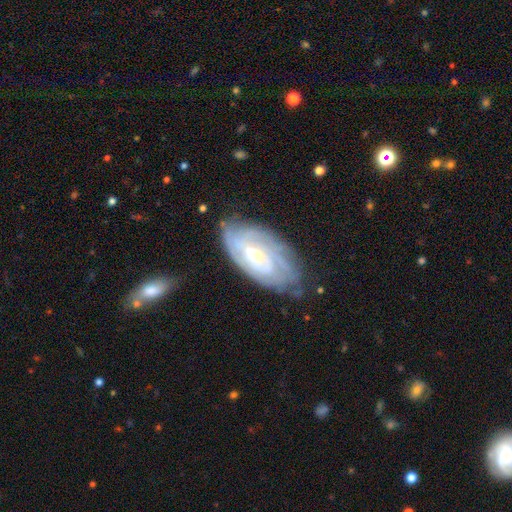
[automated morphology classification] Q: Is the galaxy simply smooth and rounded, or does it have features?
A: featured or disk — 79%.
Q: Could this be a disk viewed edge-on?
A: no — 93%.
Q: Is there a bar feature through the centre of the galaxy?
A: no — 48%.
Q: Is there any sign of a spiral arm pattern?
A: yes — 91%.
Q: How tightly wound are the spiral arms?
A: tight — 71%.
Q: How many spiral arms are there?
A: can't tell — 48%.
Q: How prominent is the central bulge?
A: moderate — 50%.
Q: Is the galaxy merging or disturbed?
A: none — 69%.